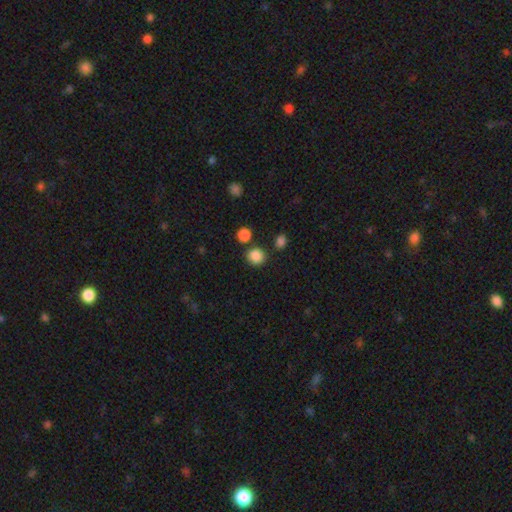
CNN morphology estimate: Overall: smooth (86%). How rounded: round (86%). Merging: none (80%).